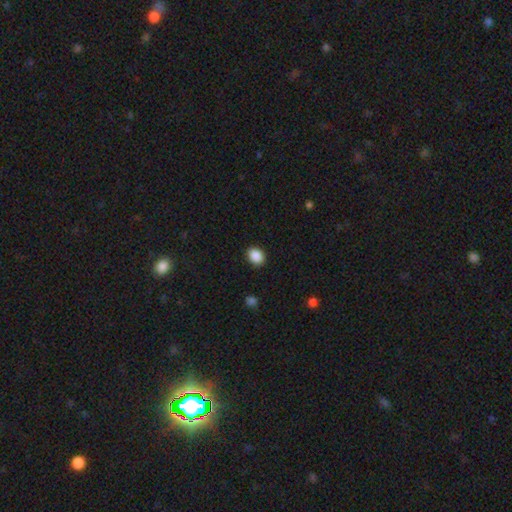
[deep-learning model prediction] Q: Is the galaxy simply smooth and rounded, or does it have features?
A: smooth — 89%.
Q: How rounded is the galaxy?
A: in between — 60%.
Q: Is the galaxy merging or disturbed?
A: none — 89%.